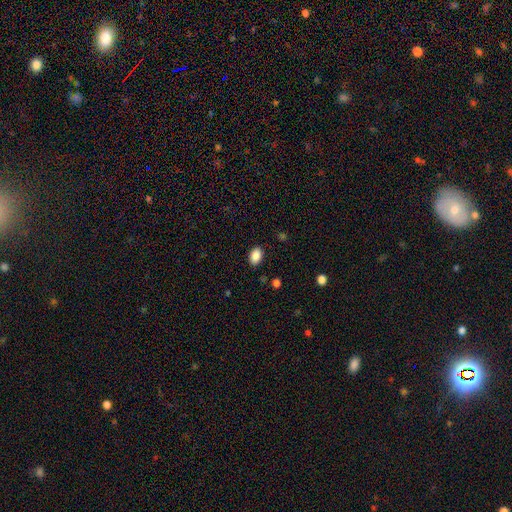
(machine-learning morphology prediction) type=smooth (88%); roundness=in between (87%); merging=none (87%).